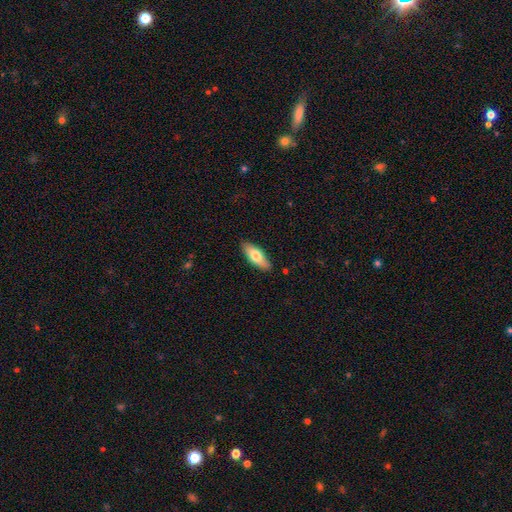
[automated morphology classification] smooth 73%, featured or disk 21%, star or artifact 6%. Down the decision tree: how rounded — in between (70%); merging — none (87%).